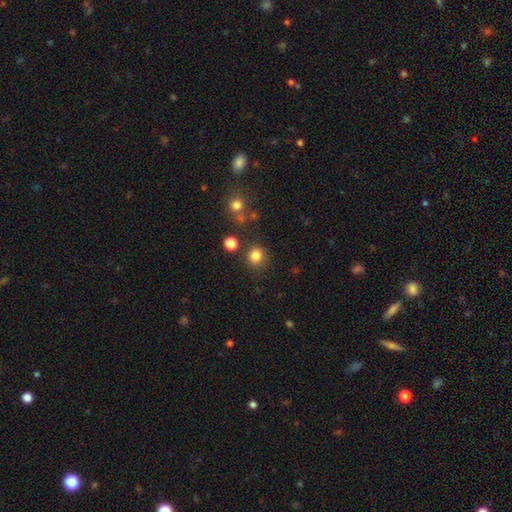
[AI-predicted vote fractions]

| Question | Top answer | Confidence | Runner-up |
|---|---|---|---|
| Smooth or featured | smooth | 82% | star or artifact (13%) |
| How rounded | round | 91% | in between (8%) |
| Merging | none | 84% | minor disturbance (8%) |